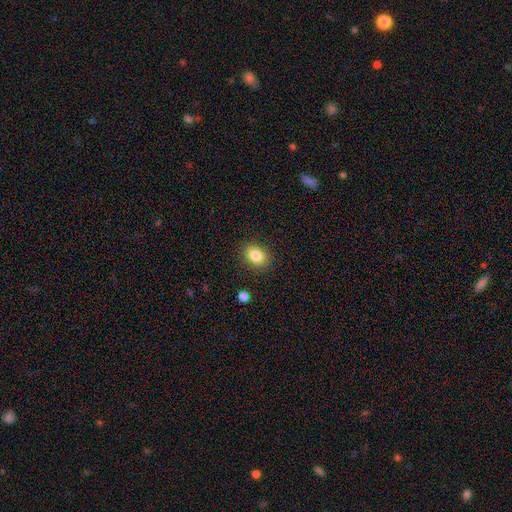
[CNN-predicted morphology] smooth_or_featured: smooth (p=0.83) [alt: star or artifact p=0.10]
how_rounded: in between (p=0.54) [alt: round p=0.45]
merging: none (p=0.88) [alt: minor disturbance p=0.08]